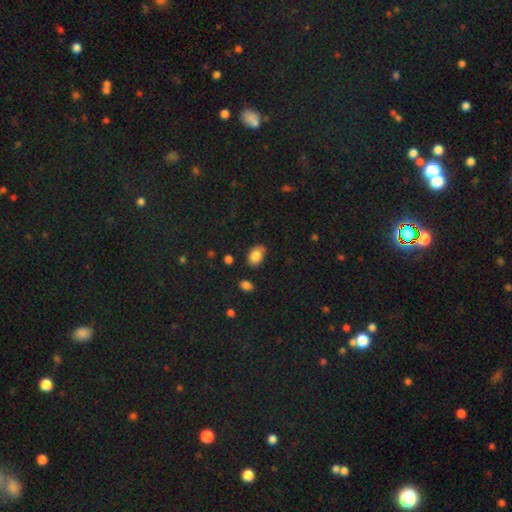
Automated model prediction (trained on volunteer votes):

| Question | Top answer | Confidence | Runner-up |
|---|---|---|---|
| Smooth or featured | smooth | 85% | star or artifact (8%) |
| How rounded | in between | 85% | round (14%) |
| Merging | none | 72% | minor disturbance (21%) |